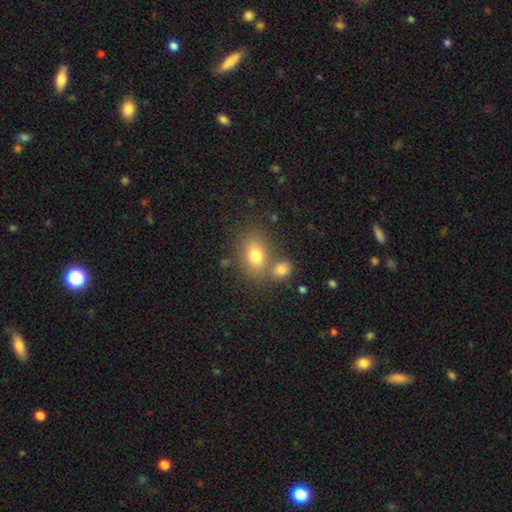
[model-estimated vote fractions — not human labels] Overall: smooth (76%). How rounded: in between (72%). Merging: none (57%; merger 27%).